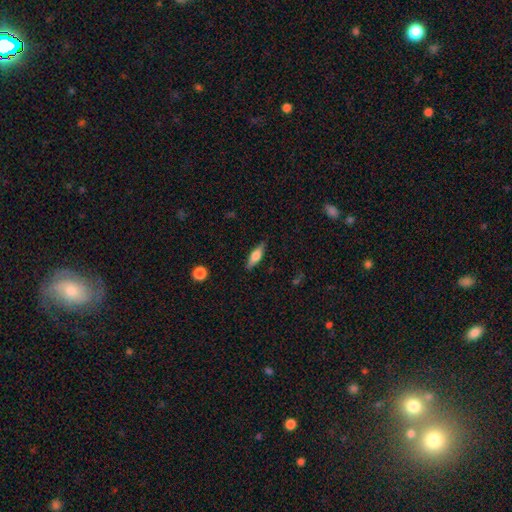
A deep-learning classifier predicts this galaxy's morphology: A smooth galaxy with no disk features (56%) that is cigar-shaped (51%).

Vote fractions:
- Smooth or featured? smooth: 56% / featured or disk: 37% / star or artifact: 7%
- How rounded? cigar-shaped: 51% / in between: 47% / round: 3%
- Merging? none: 86% / minor disturbance: 10% / major disturbance: 2% / merger: 1%